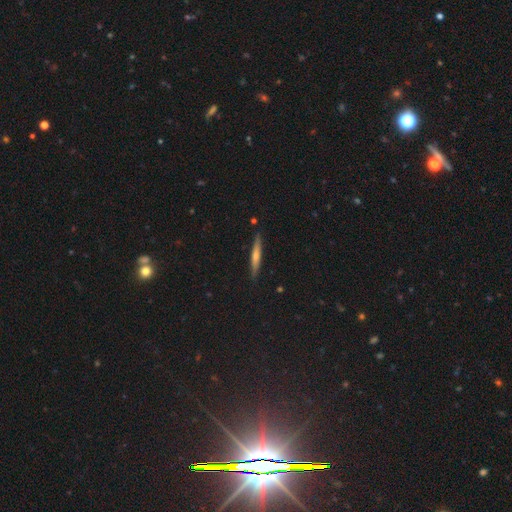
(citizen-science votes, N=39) Smooth or featured: featured or disk — 72% (smooth — 23%)
Edge-on disk: yes — 100%
Edge-on bulge: rounded — 71% (none — 25%)
Merging: none — 95% (major disturbance — 5%)